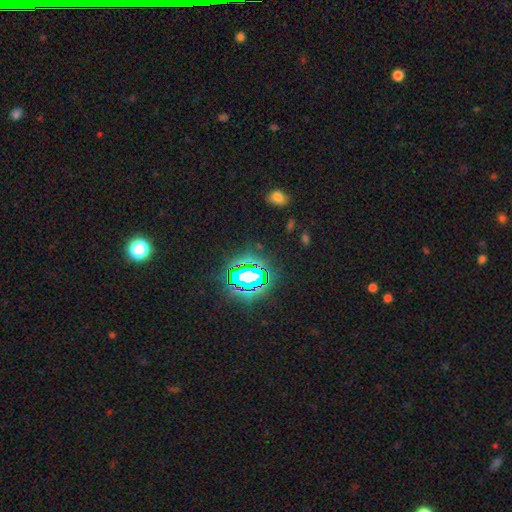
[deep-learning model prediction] A star or artifact, not a galaxy (80%).